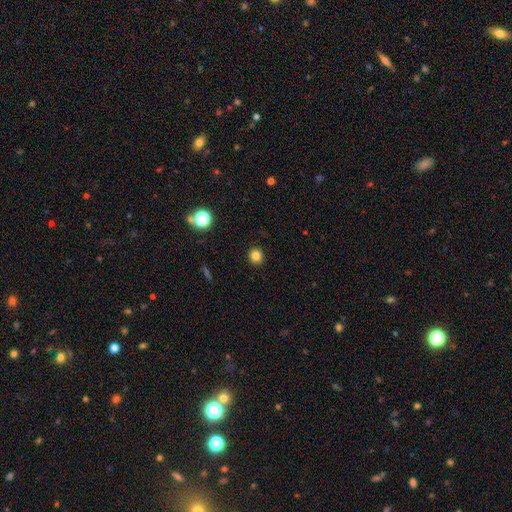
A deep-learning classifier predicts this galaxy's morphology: Smooth or featured: smooth — 81% (star or artifact — 13%)
How rounded: round — 86% (in between — 13%)
Merging: none — 92% (minor disturbance — 5%)